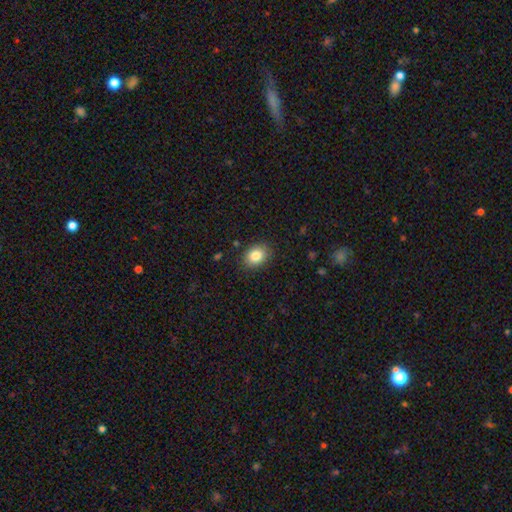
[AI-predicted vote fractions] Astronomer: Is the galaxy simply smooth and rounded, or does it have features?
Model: smooth — 85%.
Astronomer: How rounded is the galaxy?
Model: in between — 61% (runner-up: round, 38%).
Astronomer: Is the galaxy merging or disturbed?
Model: none — 87%.